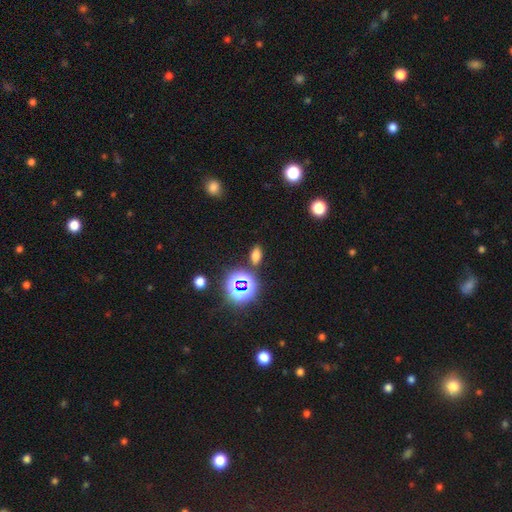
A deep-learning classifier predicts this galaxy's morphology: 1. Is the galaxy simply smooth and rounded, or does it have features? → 65% smooth, 27% star or artifact, 8% featured or disk.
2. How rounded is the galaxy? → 83% in between, 11% round, 6% cigar-shaped.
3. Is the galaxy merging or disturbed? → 84% none, 9% minor disturbance, 4% merger, 3% major disturbance.